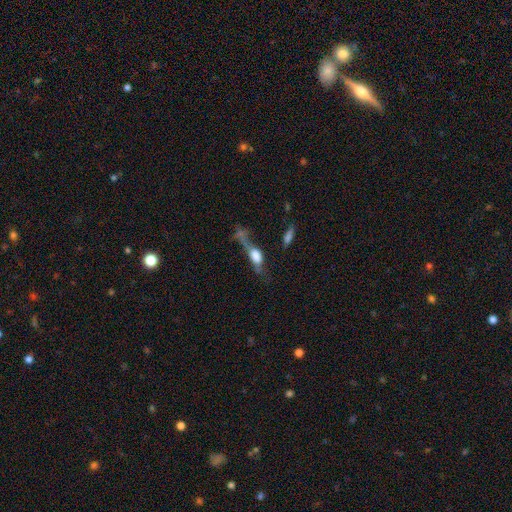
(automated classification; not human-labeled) A smooth galaxy with no disk features (53%) that is in between round and cigar-shaped (66%).

Vote fractions:
- Smooth or featured? smooth: 53% / featured or disk: 35% / star or artifact: 12%
- How rounded? in between: 66% / cigar-shaped: 23% / round: 11%
- Merging? major disturbance: 37% / merger: 29% / none: 19% / minor disturbance: 14%